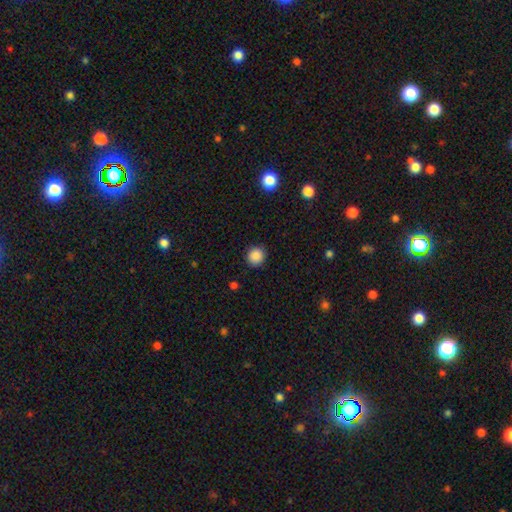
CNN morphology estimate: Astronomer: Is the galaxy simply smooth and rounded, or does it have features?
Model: smooth — 88%.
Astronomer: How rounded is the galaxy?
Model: round — 91%.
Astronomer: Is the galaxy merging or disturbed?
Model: none — 90%.